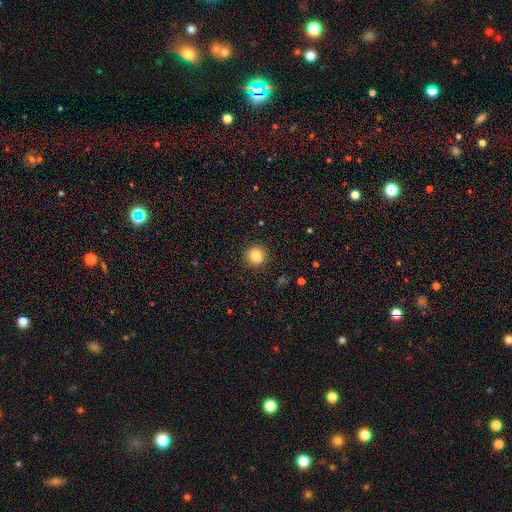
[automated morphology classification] A smooth galaxy with no disk features (84%) that is round (92%).

Vote fractions:
- Smooth or featured? smooth: 84% / star or artifact: 10% / featured or disk: 5%
- How rounded? round: 92% / in between: 8% / cigar-shaped: 1%
- Merging? none: 91% / minor disturbance: 6% / major disturbance: 2% / merger: 1%